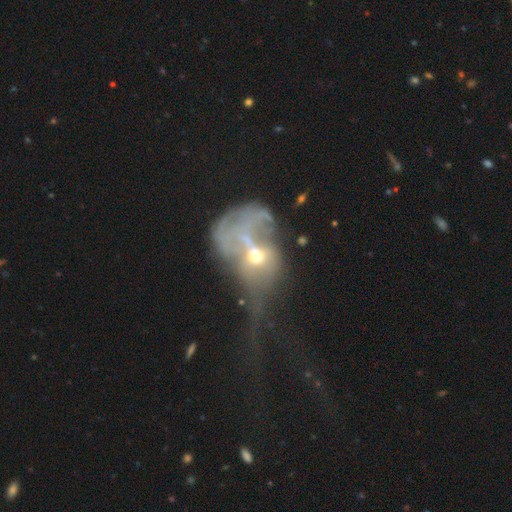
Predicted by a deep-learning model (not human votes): Smooth or featured? featured or disk (57%)
Edge-on disk? no (95%)
Bar? no (78%)
Spiral arms? no (73%)
Bulge size? moderate (51%)
Merging? major disturbance (52%)